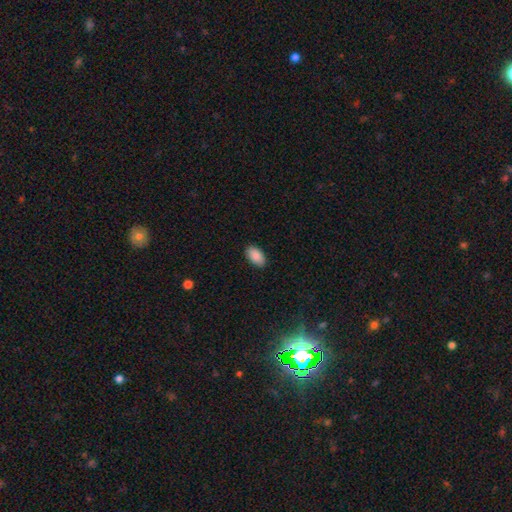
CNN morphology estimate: Smooth or featured? Predicted: smooth (p=0.89). How rounded? Predicted: in between (p=0.94). Merging? Predicted: none (p=0.89).